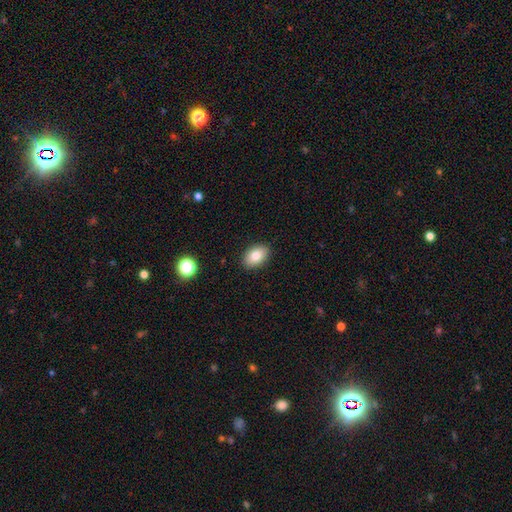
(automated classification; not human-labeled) Smooth or featured?
  - smooth: 83% *
  - featured or disk: 9%
  - star or artifact: 8%
How rounded?
  - in between: 88% *
  - round: 11%
  - cigar-shaped: 1%
Merging?
  - none: 89% *
  - minor disturbance: 8%
  - major disturbance: 2%
  - merger: 1%